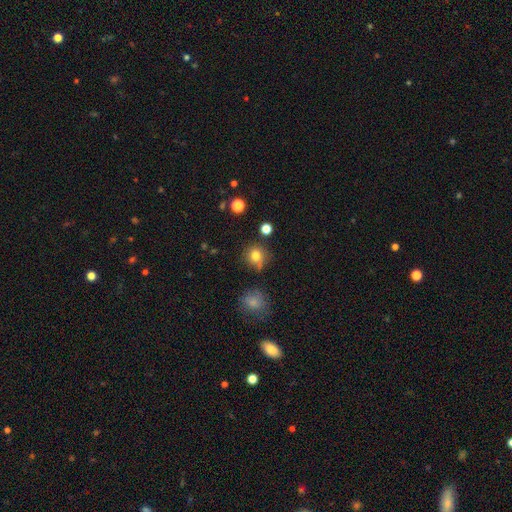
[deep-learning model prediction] smooth 78%, star or artifact 14%, featured or disk 8%. Down the decision tree: how rounded — round (87%); merging — none (70%).